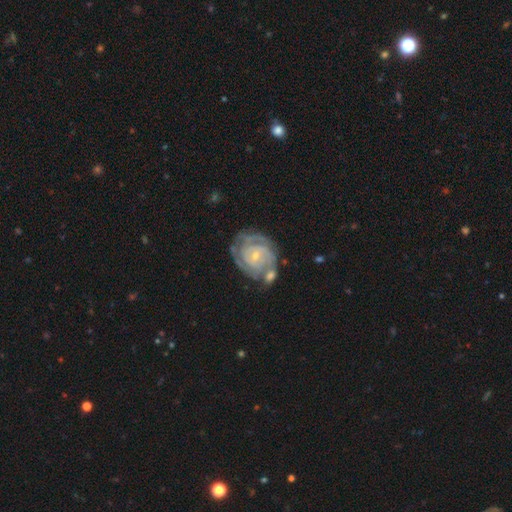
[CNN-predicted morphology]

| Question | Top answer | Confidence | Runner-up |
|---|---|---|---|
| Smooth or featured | featured or disk | 87% | smooth (8%) |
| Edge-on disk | no | 98% | yes (2%) |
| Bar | no | 65% | weak (28%) |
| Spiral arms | yes | 96% | no (4%) |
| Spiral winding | tight | 74% | medium (21%) |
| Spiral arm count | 2 | 31% | can't tell (26%) |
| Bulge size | small | 76% | moderate (20%) |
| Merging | none | 51% | merger (20%) |